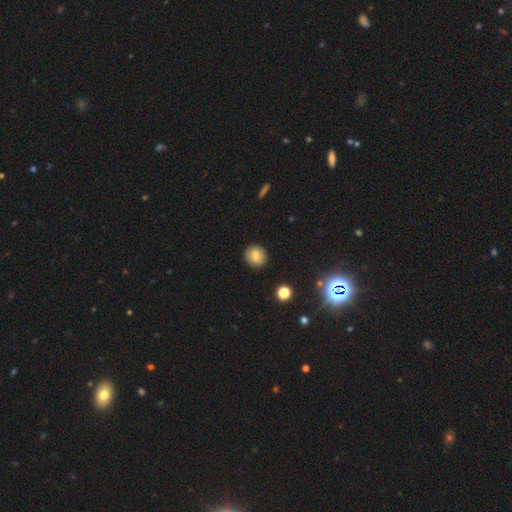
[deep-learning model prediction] Smooth or featured? Predicted: smooth (p=0.78). How rounded? Predicted: round (p=0.90). Merging? Predicted: none (p=0.90).